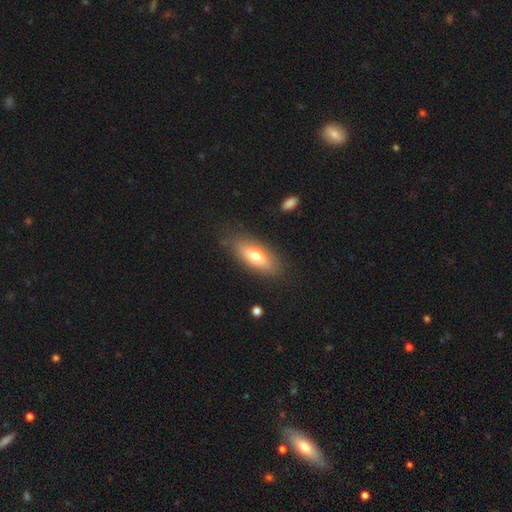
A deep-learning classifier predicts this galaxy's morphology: Smooth or featured?
  - smooth: 69% *
  - featured or disk: 25%
  - star or artifact: 6%
How rounded?
  - in between: 72% *
  - cigar-shaped: 26%
  - round: 3%
Merging?
  - none: 81% *
  - minor disturbance: 13%
  - major disturbance: 4%
  - merger: 2%